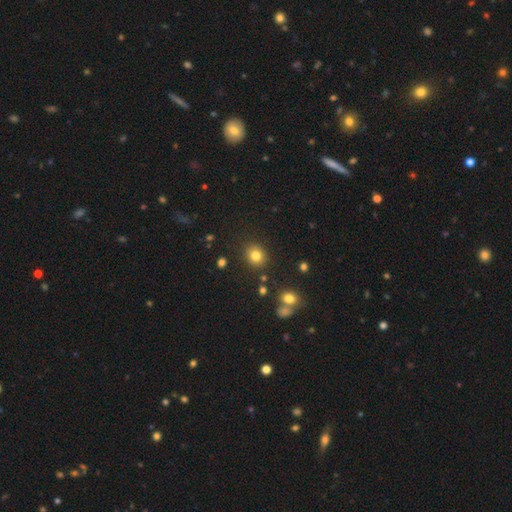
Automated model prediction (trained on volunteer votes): A smooth galaxy with no disk features (81%) that is round (77%).

Vote fractions:
- Smooth or featured? smooth: 81% / star or artifact: 12% / featured or disk: 6%
- How rounded? round: 77% / in between: 22% / cigar-shaped: 1%
- Merging? none: 86% / minor disturbance: 8% / merger: 3% / major disturbance: 3%